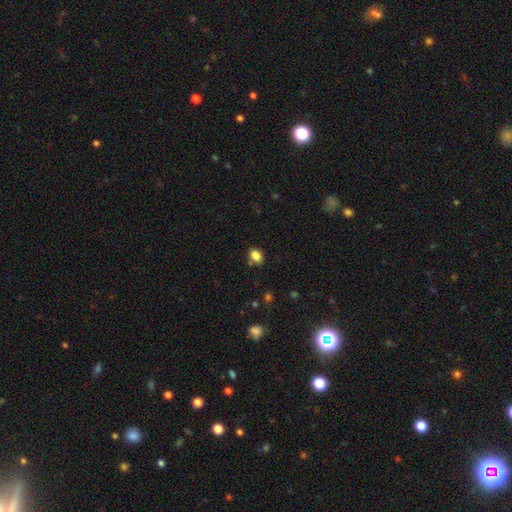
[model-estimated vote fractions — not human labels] This is clearly a smooth galaxy (84%). How rounded: likely in between (71%). Merging: likely none (78%).